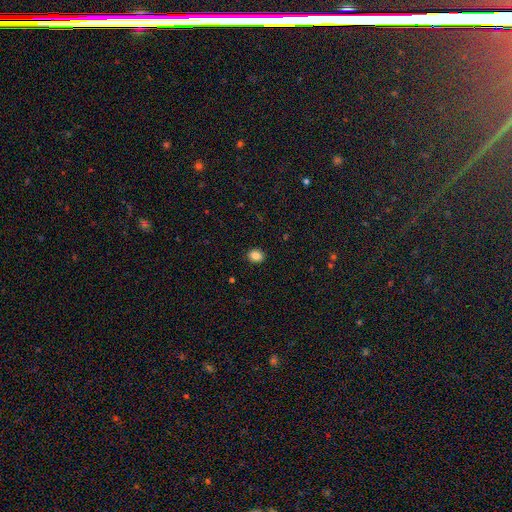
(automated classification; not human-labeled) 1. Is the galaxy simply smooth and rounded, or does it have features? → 85% smooth, 10% star or artifact, 5% featured or disk.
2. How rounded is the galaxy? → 52% round, 47% in between, 1% cigar-shaped.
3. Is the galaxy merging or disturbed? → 91% none, 6% minor disturbance, 2% major disturbance, 1% merger.